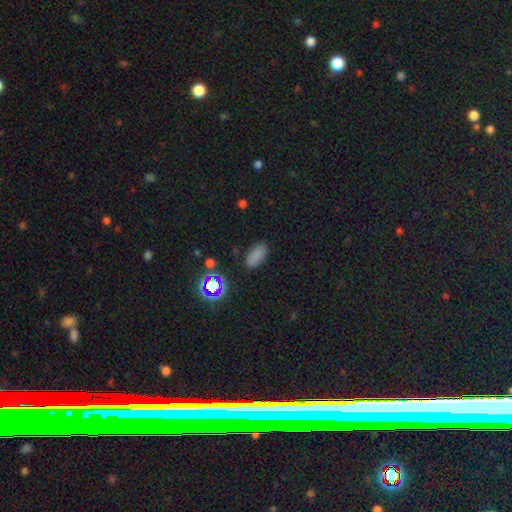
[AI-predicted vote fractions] Smooth or featured: smooth — 77% (star or artifact — 17%)
How rounded: in between — 87% (cigar-shaped — 8%)
Merging: none — 84% (minor disturbance — 11%)